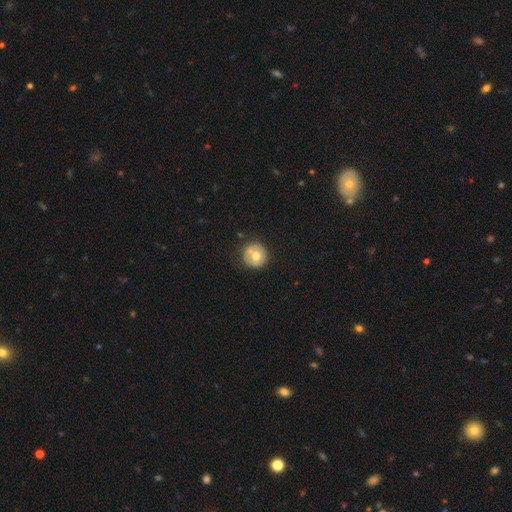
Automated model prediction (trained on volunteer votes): Smooth or featured: smooth — 60% (featured or disk — 33%)
How rounded: round — 93% (in between — 6%)
Merging: none — 77% (minor disturbance — 16%)